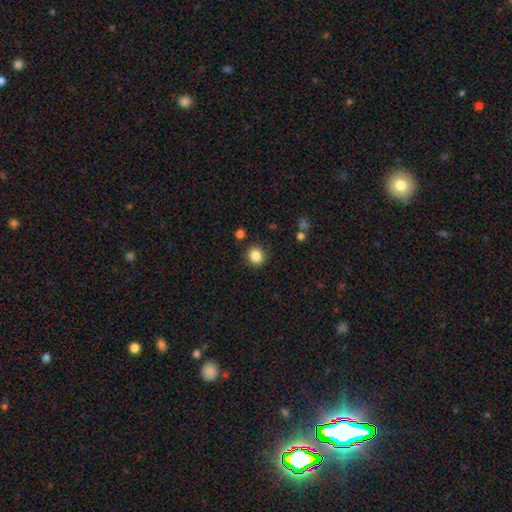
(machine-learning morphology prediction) Smooth or featured?
  - smooth: 85% *
  - star or artifact: 11%
  - featured or disk: 4%
How rounded?
  - round: 85% *
  - in between: 14%
  - cigar-shaped: 1%
Merging?
  - none: 88% *
  - minor disturbance: 7%
  - merger: 2%
  - major disturbance: 2%